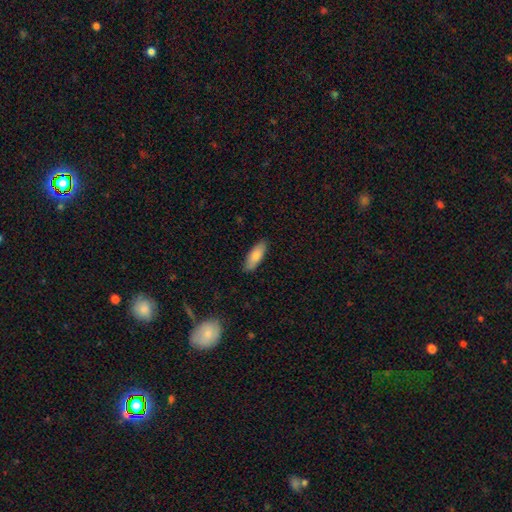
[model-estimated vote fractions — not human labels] Overall: smooth (84%). How rounded: in between (68%; cigar-shaped 30%). Merging: none (88%).